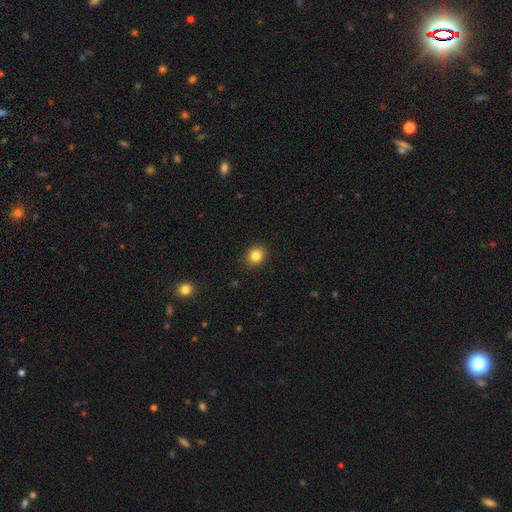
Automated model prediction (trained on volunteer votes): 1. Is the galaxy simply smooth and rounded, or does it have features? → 84% smooth, 11% star or artifact, 5% featured or disk.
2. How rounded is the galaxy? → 71% round, 28% in between, 1% cigar-shaped.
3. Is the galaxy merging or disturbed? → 89% none, 7% minor disturbance, 2% major disturbance, 1% merger.